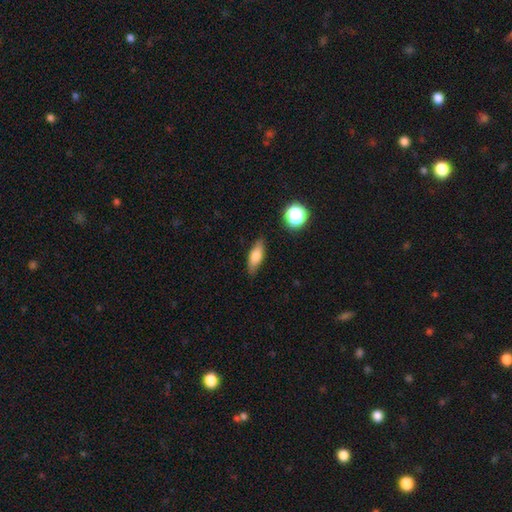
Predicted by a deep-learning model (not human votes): A smooth galaxy with no disk features (71%) that is in between round and cigar-shaped (63%).

Vote fractions:
- Smooth or featured? smooth: 71% / featured or disk: 20% / star or artifact: 8%
- How rounded? in between: 63% / cigar-shaped: 32% / round: 5%
- Merging? none: 83% / minor disturbance: 13% / major disturbance: 3% / merger: 2%